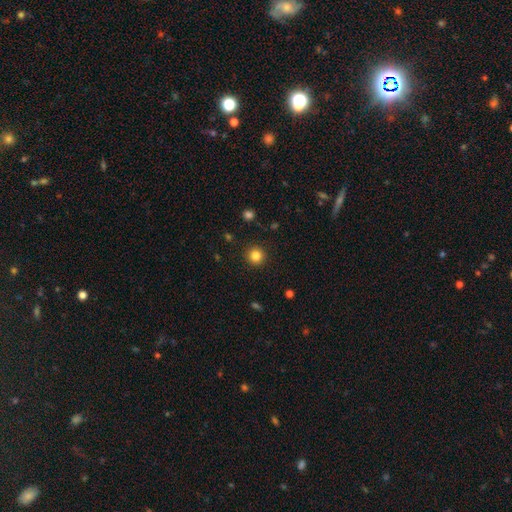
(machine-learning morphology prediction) The model was most divided on "smooth or featured": smooth: 84%, star or artifact: 12%, featured or disk: 5%. More confident: how rounded — round (95%); merging — none (92%).